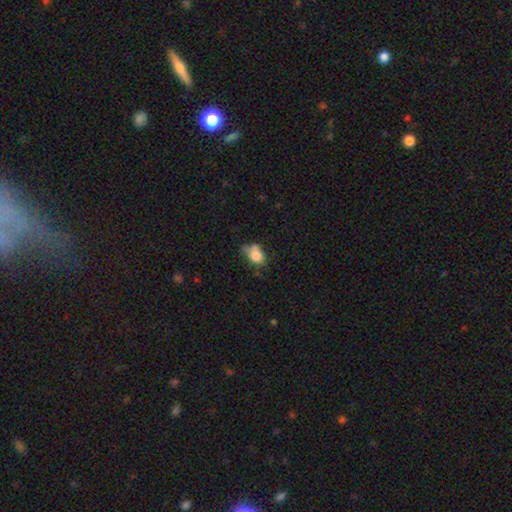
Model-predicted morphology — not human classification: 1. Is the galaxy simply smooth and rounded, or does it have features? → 76% smooth, 14% featured or disk, 10% star or artifact.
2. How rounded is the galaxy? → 71% in between, 27% round, 2% cigar-shaped.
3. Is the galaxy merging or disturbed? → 37% none, 34% minor disturbance, 15% major disturbance, 14% merger.